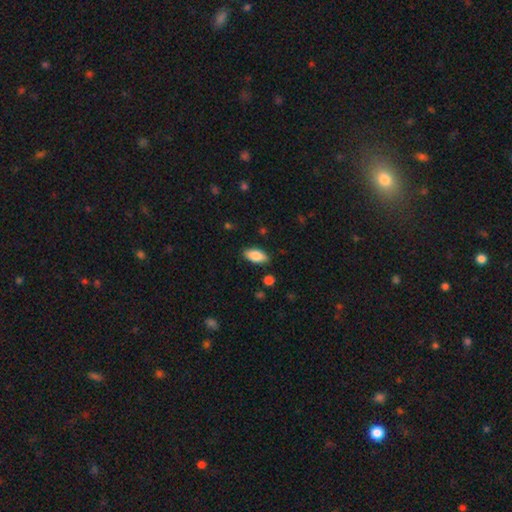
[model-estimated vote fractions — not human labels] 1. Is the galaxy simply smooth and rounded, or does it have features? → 85% smooth, 9% featured or disk, 7% star or artifact.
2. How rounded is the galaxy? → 91% in between, 7% cigar-shaped, 2% round.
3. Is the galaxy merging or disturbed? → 87% none, 9% minor disturbance, 2% major disturbance, 1% merger.